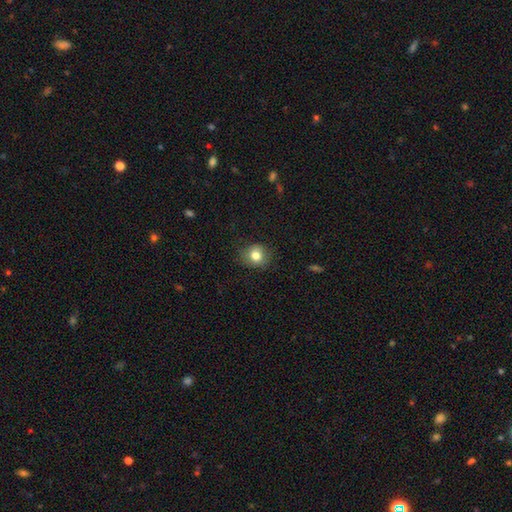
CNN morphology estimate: This appears to be a smooth galaxy with no disk features (81%) that is round (77%). Merging: none (79%).